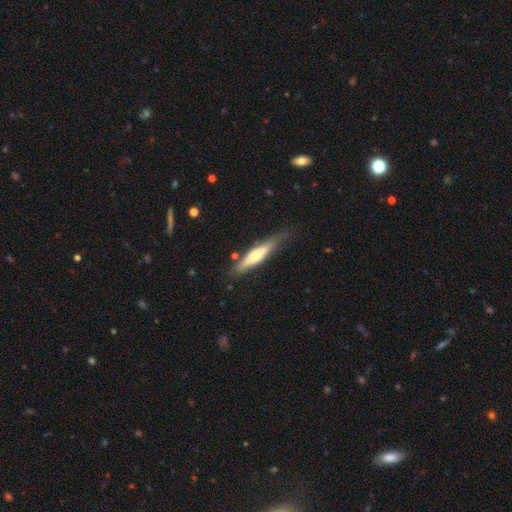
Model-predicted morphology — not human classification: Smooth or featured? Predicted: smooth (p=0.49). Merging? Predicted: none (p=0.71).